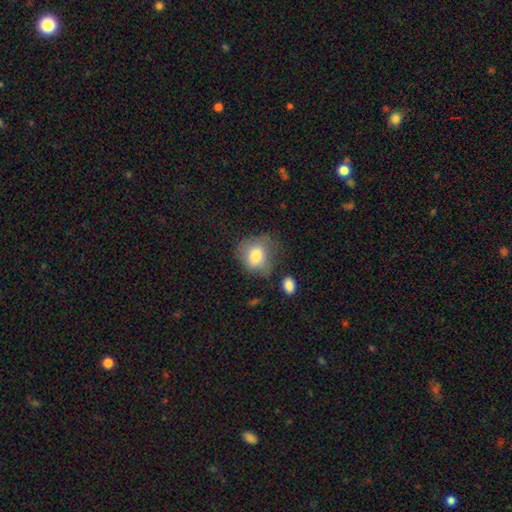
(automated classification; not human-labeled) Smooth or featured? Predicted: smooth (p=0.77). How rounded? Predicted: round (p=0.53). Merging? Predicted: none (p=0.48).